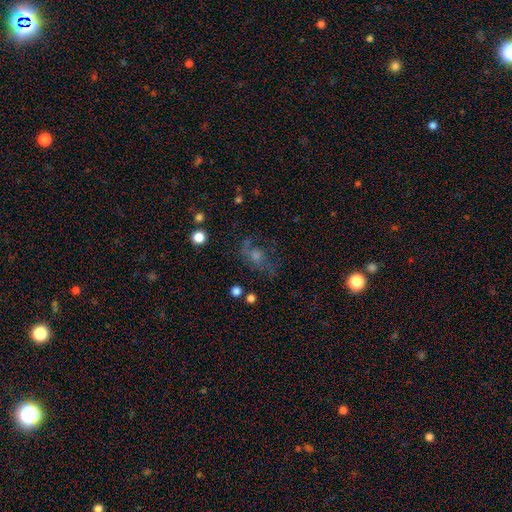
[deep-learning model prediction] Smooth or featured?
  - smooth: 42% *
  - featured or disk: 36%
  - star or artifact: 23%
Merging?
  - none: 51% *
  - major disturbance: 22%
  - minor disturbance: 22%
  - merger: 5%